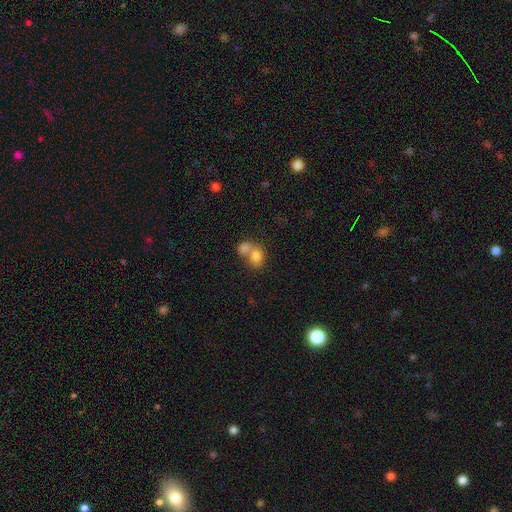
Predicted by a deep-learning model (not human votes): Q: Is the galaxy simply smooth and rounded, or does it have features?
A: smooth — 79%.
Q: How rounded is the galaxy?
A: in between — 54%.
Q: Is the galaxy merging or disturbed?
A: merger — 65%.